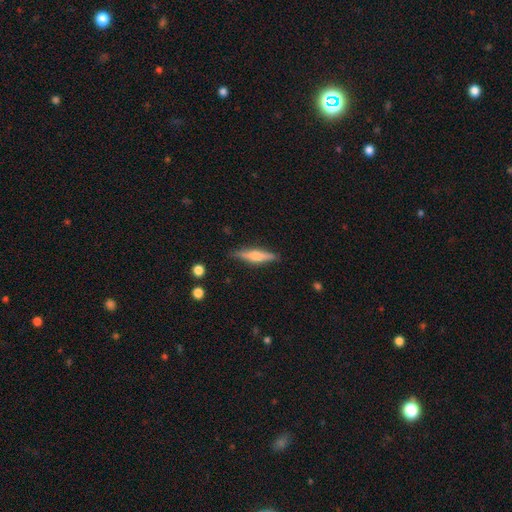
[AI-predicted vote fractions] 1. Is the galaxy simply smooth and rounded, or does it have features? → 58% featured or disk, 36% smooth, 6% star or artifact.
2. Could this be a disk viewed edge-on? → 96% yes, 4% no.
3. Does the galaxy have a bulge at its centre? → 84% rounded, 10% boxy, 6% none.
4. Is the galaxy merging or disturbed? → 87% none, 9% minor disturbance, 2% major disturbance, 1% merger.